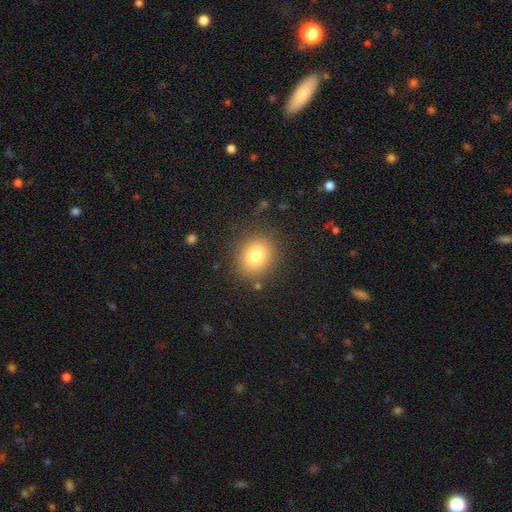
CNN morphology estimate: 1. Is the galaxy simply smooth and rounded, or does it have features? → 76% smooth, 15% star or artifact, 9% featured or disk.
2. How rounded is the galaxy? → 72% round, 27% in between, 1% cigar-shaped.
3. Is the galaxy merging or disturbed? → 89% none, 7% minor disturbance, 2% major disturbance, 2% merger.